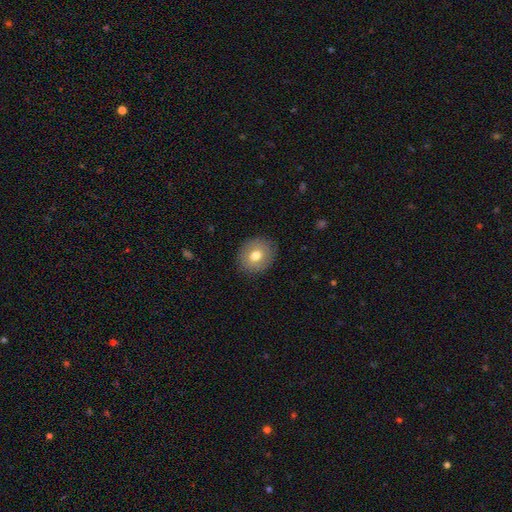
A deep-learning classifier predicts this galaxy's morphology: Smooth or featured? Predicted: smooth (p=0.74). How rounded? Predicted: round (p=0.73). Merging? Predicted: none (p=0.88).